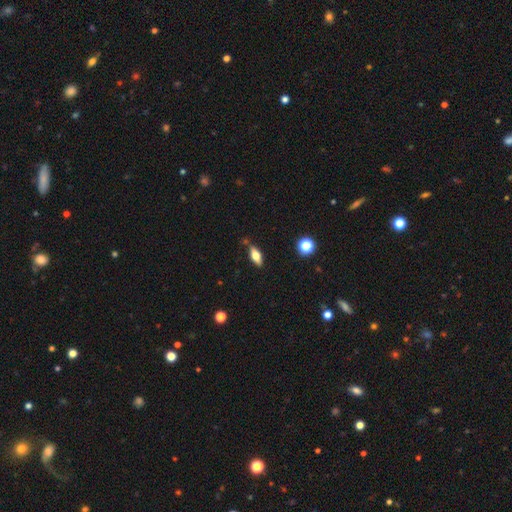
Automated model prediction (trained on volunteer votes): smooth_or_featured: smooth (p=0.55) [alt: featured or disk p=0.37]
how_rounded: in between (p=0.71) [alt: cigar-shaped p=0.25]
merging: none (p=0.81) [alt: minor disturbance p=0.13]